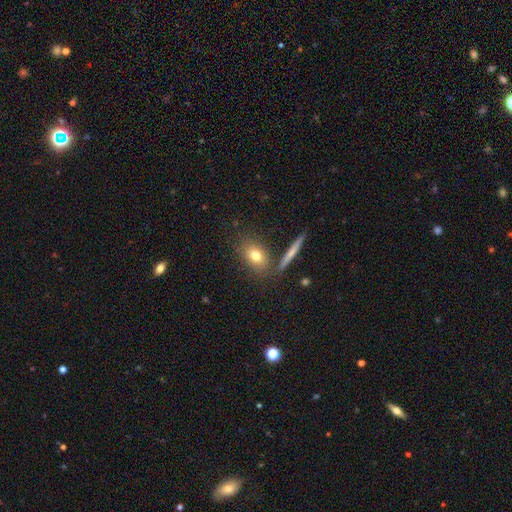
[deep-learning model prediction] Overall: smooth (74%). How rounded: in between (65%; round 26%). Merging: none (74%).